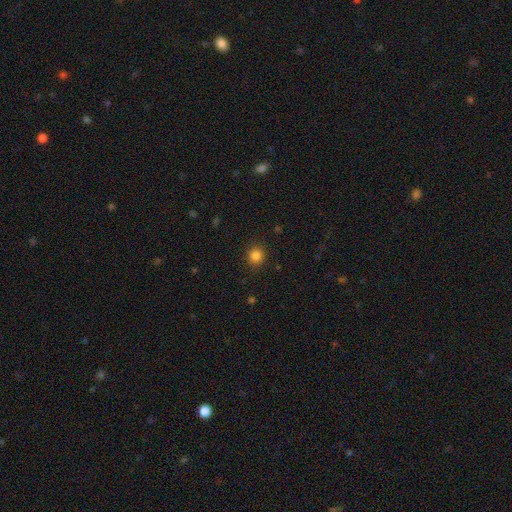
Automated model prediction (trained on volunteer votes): Smooth or featured: smooth — 84% (star or artifact — 12%)
How rounded: round — 88% (in between — 11%)
Merging: none — 90% (minor disturbance — 7%)